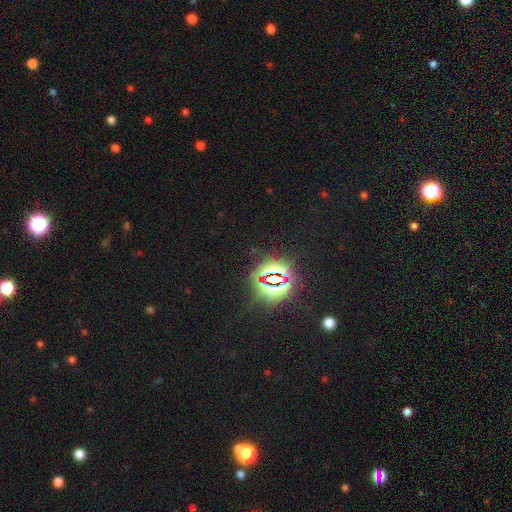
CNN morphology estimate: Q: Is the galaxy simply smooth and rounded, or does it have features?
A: star or artifact — 81%.